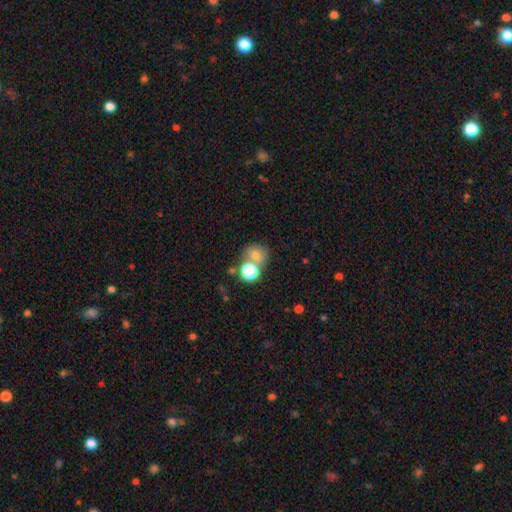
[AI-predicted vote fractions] Smooth or featured?
  - smooth: 70% *
  - star or artifact: 17%
  - featured or disk: 13%
How rounded?
  - round: 73% *
  - in between: 26%
  - cigar-shaped: 1%
Merging?
  - none: 46% *
  - merger: 38%
  - minor disturbance: 11%
  - major disturbance: 6%